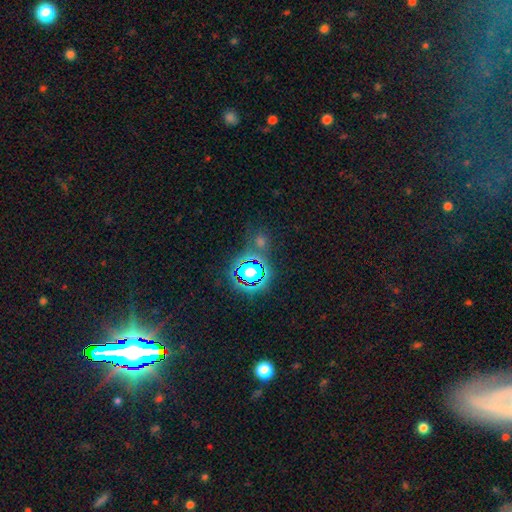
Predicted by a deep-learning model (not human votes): Overall: star or artifact (75%).